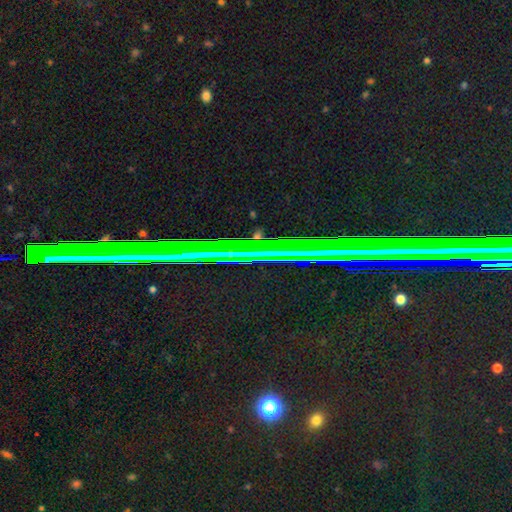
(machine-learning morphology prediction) A star or artifact, not a galaxy (84%).

Vote fractions:
- Smooth or featured? star or artifact: 84% / featured or disk: 8% / smooth: 8%